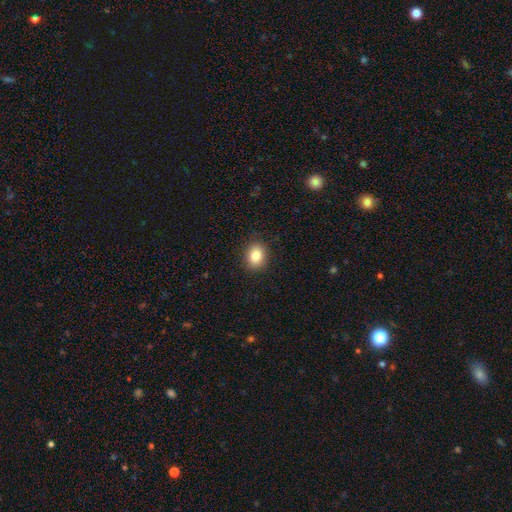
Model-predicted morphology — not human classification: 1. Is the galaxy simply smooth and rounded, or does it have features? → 84% smooth, 9% star or artifact, 7% featured or disk.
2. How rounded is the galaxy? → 54% in between, 45% round, 1% cigar-shaped.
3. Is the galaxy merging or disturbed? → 90% none, 7% minor disturbance, 2% major disturbance, 1% merger.